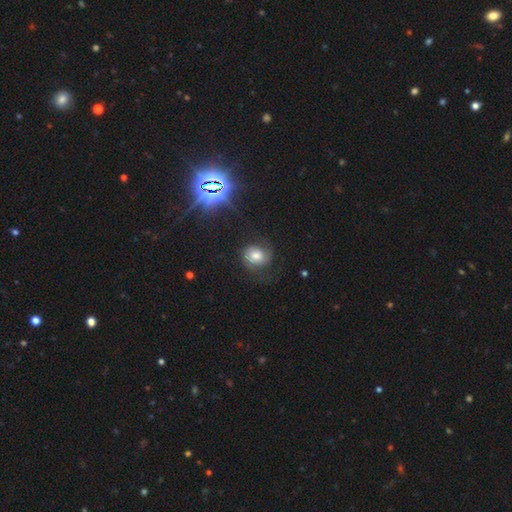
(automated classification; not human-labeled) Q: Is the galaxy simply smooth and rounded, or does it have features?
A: smooth — 46%.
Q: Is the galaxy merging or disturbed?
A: none — 62%.